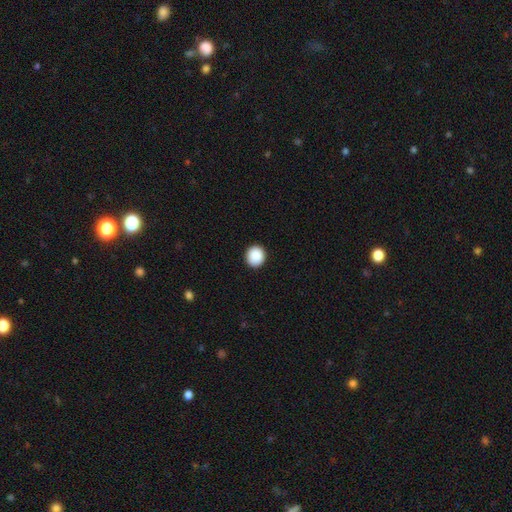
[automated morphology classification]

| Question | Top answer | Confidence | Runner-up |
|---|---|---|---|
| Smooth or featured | smooth | 90% | star or artifact (8%) |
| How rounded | round | 90% | in between (9%) |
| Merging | none | 93% | minor disturbance (4%) |